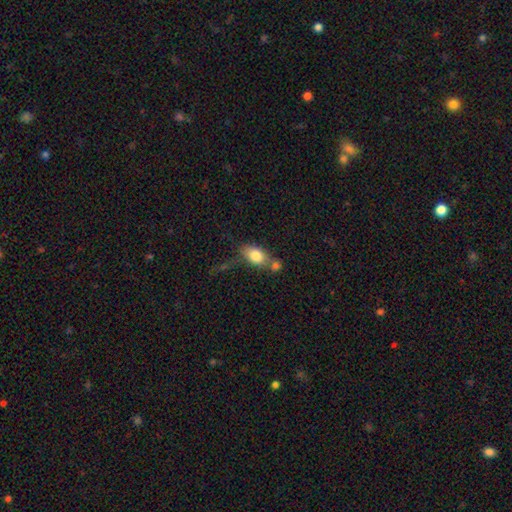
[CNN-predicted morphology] Smooth or featured? Predicted: smooth (p=0.78). How rounded? Predicted: in between (p=0.78). Merging? Predicted: none (p=0.37, tied with merger).